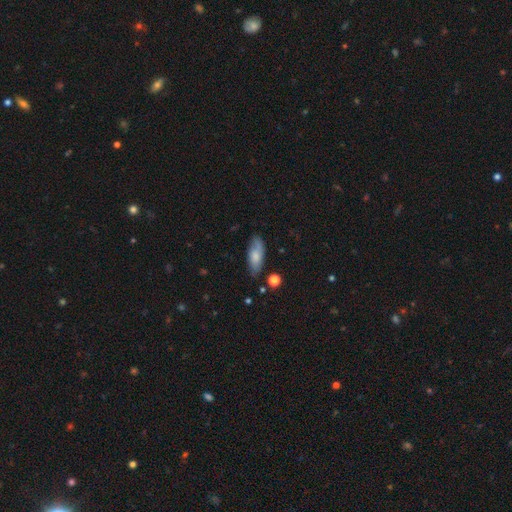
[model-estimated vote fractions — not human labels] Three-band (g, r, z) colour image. It shows a smooth galaxy with no disk features (71%) that is in between round and cigar-shaped (77%). Merging: none (72%).